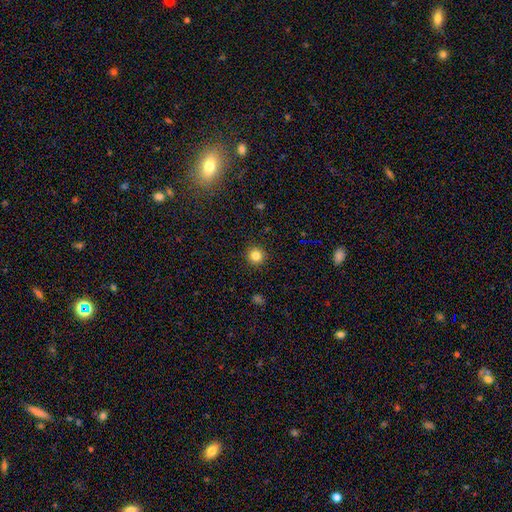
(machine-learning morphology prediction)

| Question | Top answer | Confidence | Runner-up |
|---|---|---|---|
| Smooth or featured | smooth | 82% | star or artifact (13%) |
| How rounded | round | 95% | in between (4%) |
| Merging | none | 92% | minor disturbance (5%) |